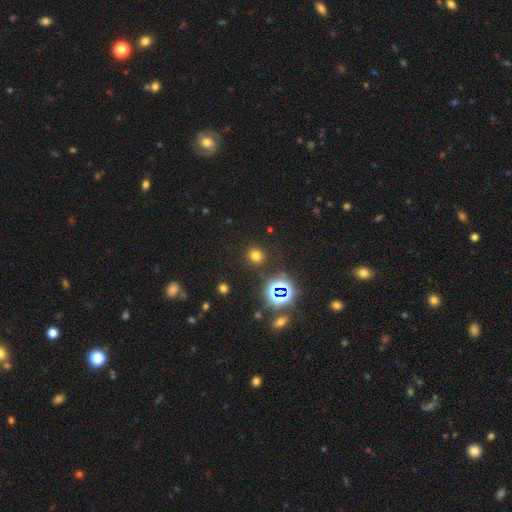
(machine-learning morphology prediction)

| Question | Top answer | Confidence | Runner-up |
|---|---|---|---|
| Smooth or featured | smooth | 67% | star or artifact (27%) |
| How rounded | round | 89% | in between (10%) |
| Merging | none | 88% | minor disturbance (7%) |